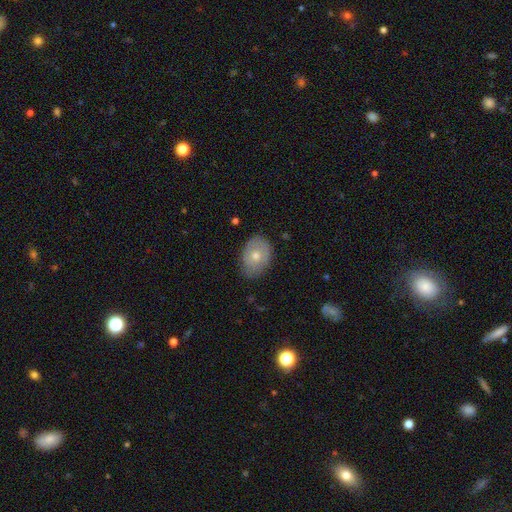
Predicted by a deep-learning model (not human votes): smooth 61%, featured or disk 30%, star or artifact 9%. Down the decision tree: how rounded — in between (76%); merging — none (79%).